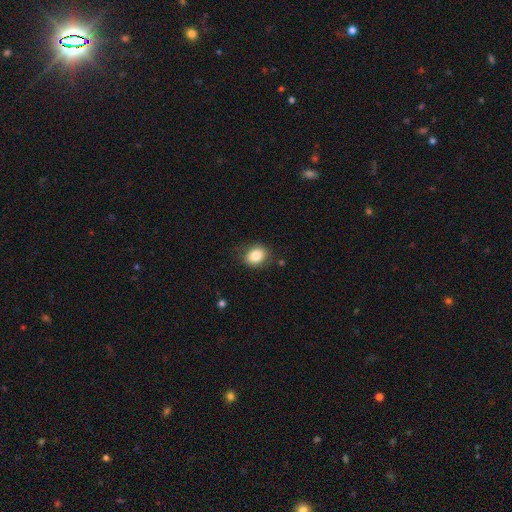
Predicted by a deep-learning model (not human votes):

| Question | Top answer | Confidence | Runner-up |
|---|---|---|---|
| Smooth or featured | smooth | 84% | star or artifact (9%) |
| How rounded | in between | 56% | round (43%) |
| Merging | none | 81% | minor disturbance (14%) |